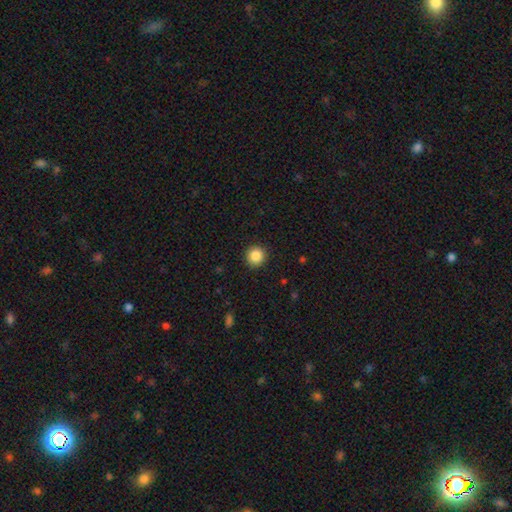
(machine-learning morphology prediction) Smooth or featured: smooth — 87% (star or artifact — 10%)
How rounded: round — 94% (in between — 5%)
Merging: none — 92% (minor disturbance — 5%)